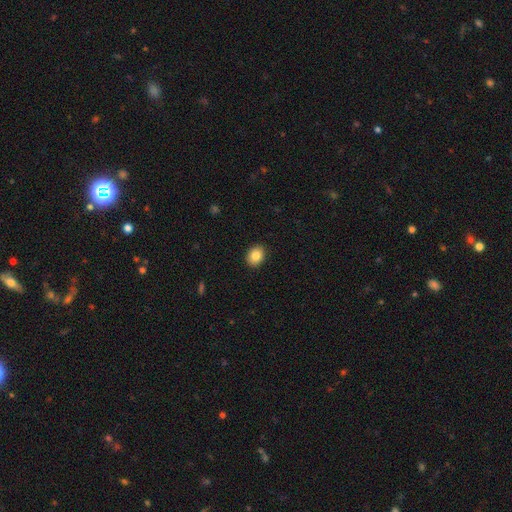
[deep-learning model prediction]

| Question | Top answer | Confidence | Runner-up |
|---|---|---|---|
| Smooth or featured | smooth | 85% | star or artifact (9%) |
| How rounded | round | 51% | in between (48%) |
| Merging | none | 91% | minor disturbance (7%) |